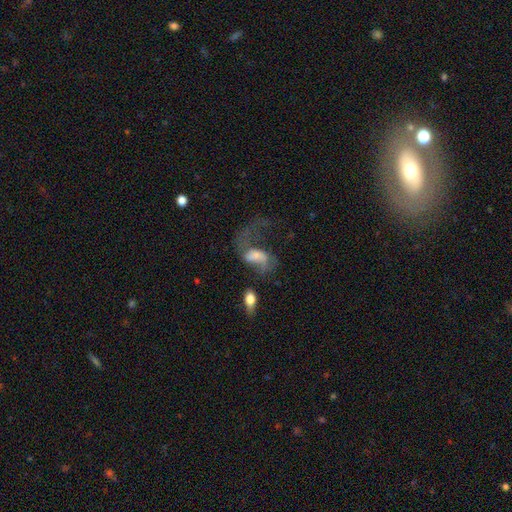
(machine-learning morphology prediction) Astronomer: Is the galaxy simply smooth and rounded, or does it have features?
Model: featured or disk — 61%.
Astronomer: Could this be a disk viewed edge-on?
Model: no — 95%.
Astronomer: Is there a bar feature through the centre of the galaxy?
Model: no — 51% (runner-up: weak, 37%).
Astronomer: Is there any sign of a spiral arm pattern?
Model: yes — 74%.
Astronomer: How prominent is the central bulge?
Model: small — 32% (runner-up: moderate, 27%).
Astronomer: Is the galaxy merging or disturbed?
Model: major disturbance — 52%.